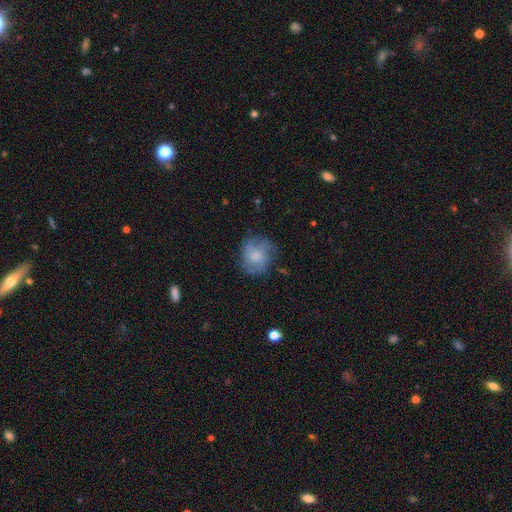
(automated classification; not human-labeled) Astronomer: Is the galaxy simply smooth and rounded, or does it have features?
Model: smooth — 61%.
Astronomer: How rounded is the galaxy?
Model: round — 76%.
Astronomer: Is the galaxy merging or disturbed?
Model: none — 63%.